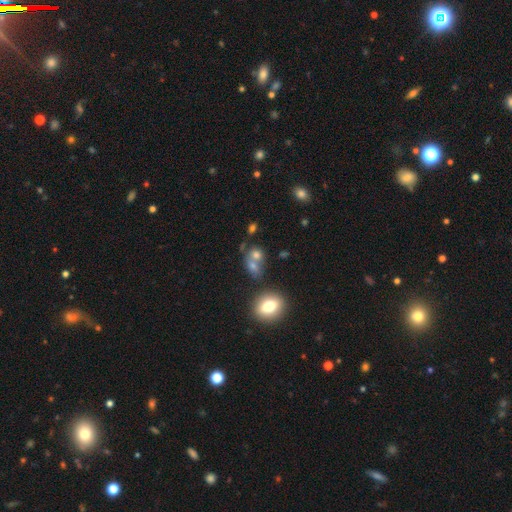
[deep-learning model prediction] This appears to be a smooth galaxy with no disk features (67%) that is round (58%). Merging: merger (46%).